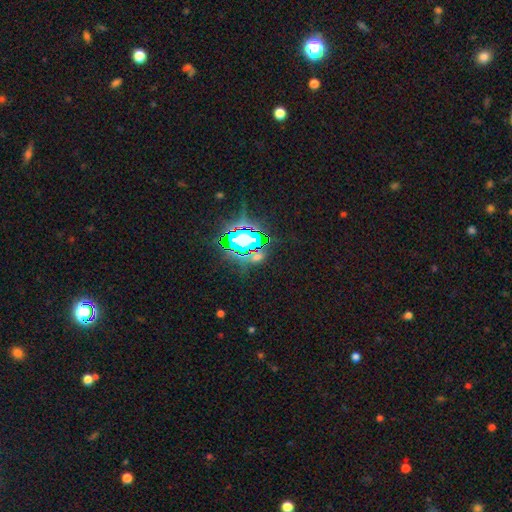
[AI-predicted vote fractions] This appears to be a star or artifact, not a galaxy (76%).